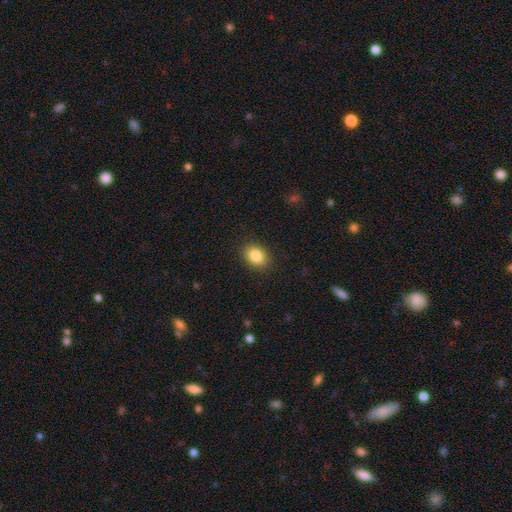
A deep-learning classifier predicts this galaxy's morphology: smooth-or-featured: smooth: 85% | star or artifact: 9% | featured or disk: 6%
  how-rounded: in between: 65% | round: 34% | cigar-shaped: 1%
  merging: none: 89% | minor disturbance: 8% | major disturbance: 2% | merger: 1%